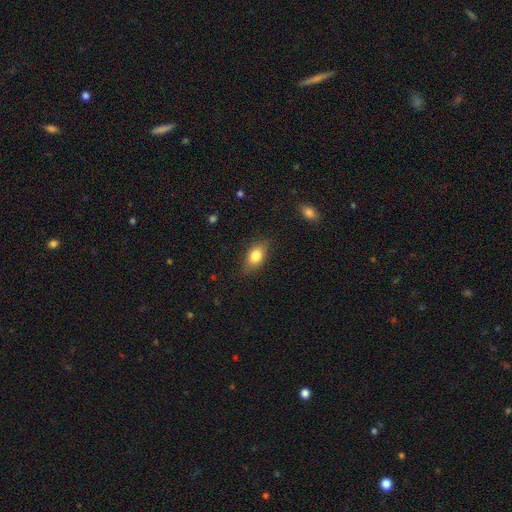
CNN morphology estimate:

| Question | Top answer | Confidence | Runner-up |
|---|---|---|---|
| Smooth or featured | smooth | 81% | featured or disk (12%) |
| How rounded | in between | 84% | round (11%) |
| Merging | none | 81% | minor disturbance (15%) |